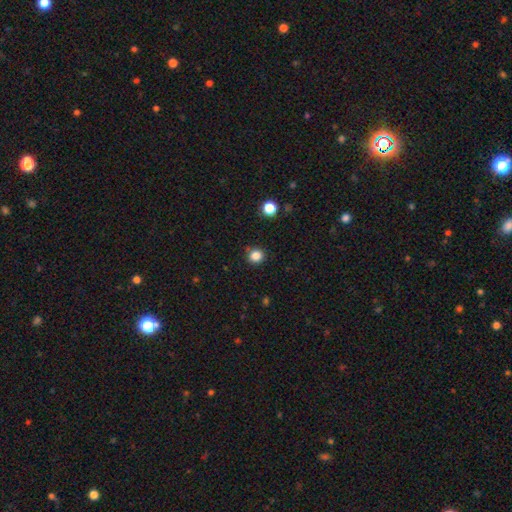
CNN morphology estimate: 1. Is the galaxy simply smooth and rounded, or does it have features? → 84% smooth, 13% star or artifact, 4% featured or disk.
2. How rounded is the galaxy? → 88% round, 11% in between, 1% cigar-shaped.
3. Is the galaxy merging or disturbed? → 86% none, 9% minor disturbance, 3% merger, 3% major disturbance.